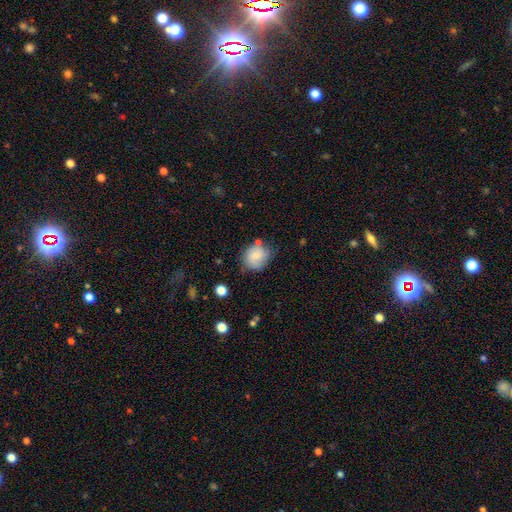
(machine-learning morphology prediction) Smooth or featured? Predicted: smooth (p=0.75). How rounded? Predicted: round (p=0.68). Merging? Predicted: none (p=0.60).